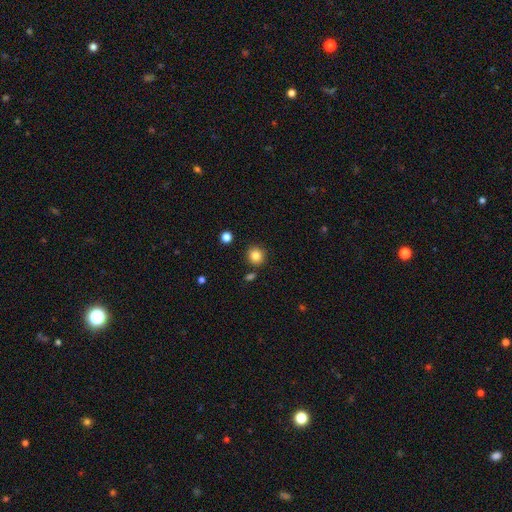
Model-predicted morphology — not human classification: A smooth galaxy with no disk features (83%) that is round (90%). Merging: none (86%).